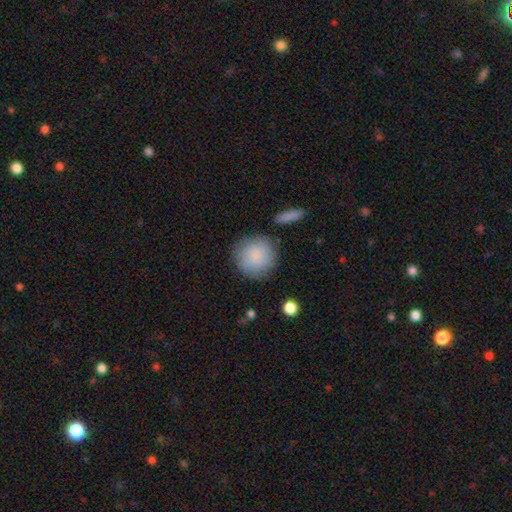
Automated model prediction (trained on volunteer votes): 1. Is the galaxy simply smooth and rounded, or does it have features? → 86% smooth, 8% featured or disk, 6% star or artifact.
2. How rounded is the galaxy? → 93% round, 6% in between, 1% cigar-shaped.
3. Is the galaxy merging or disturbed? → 81% none, 12% minor disturbance, 4% major disturbance, 3% merger.